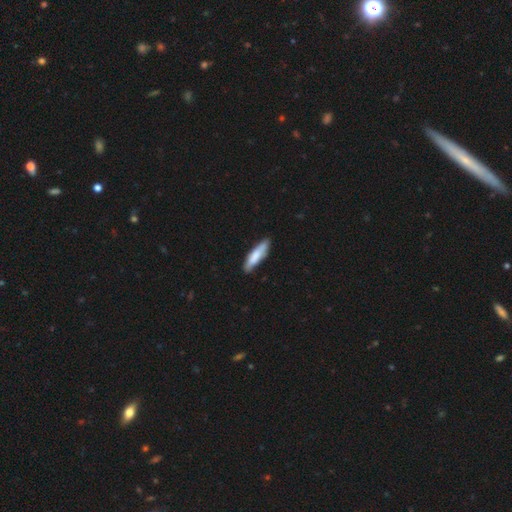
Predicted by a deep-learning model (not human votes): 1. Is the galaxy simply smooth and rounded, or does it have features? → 77% smooth, 18% featured or disk, 5% star or artifact.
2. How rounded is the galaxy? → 73% cigar-shaped, 26% in between, 1% round.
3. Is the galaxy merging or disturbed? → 83% none, 13% minor disturbance, 2% major disturbance, 1% merger.